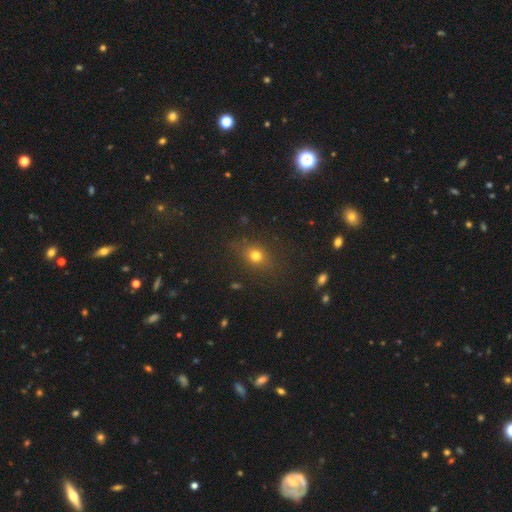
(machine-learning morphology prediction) This is likely a smooth galaxy (73%). How rounded: possibly round (52%). Merging: clearly none (81%).